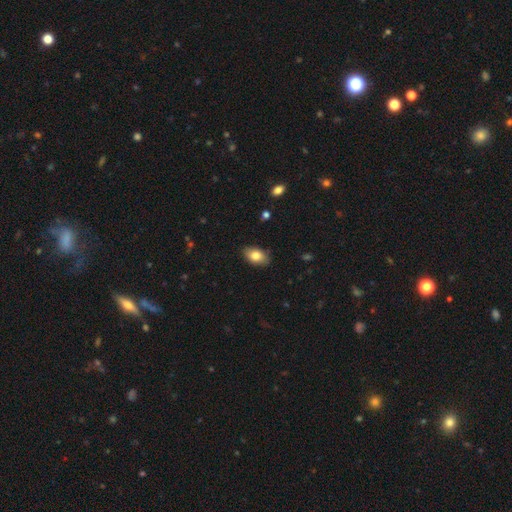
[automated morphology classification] Overall: smooth (81%). How rounded: in between (91%). Merging: none (86%).